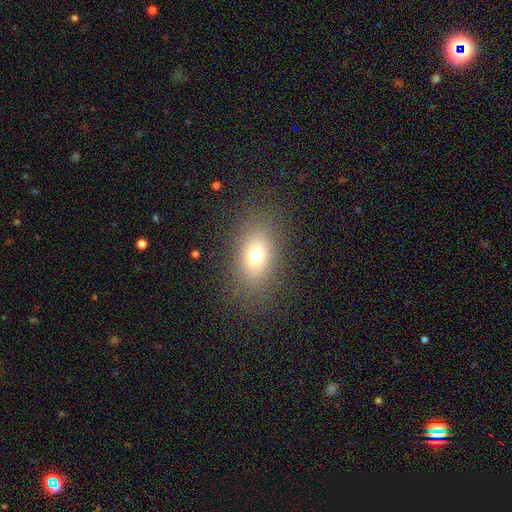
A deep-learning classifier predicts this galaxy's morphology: Smooth or featured?
  - smooth: 71% *
  - featured or disk: 15%
  - star or artifact: 14%
How rounded?
  - in between: 77% *
  - round: 20%
  - cigar-shaped: 3%
Merging?
  - none: 82% *
  - minor disturbance: 11%
  - major disturbance: 6%
  - merger: 1%